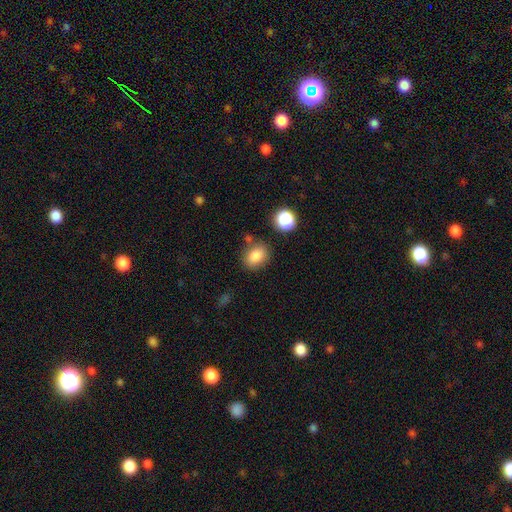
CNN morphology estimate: A smooth galaxy with no disk features (84%) that is in between round and cigar-shaped (62%).

Vote fractions:
- Smooth or featured? smooth: 84% / star or artifact: 10% / featured or disk: 6%
- How rounded? in between: 62% / round: 37% / cigar-shaped: 1%
- Merging? none: 76% / minor disturbance: 13% / merger: 7% / major disturbance: 4%